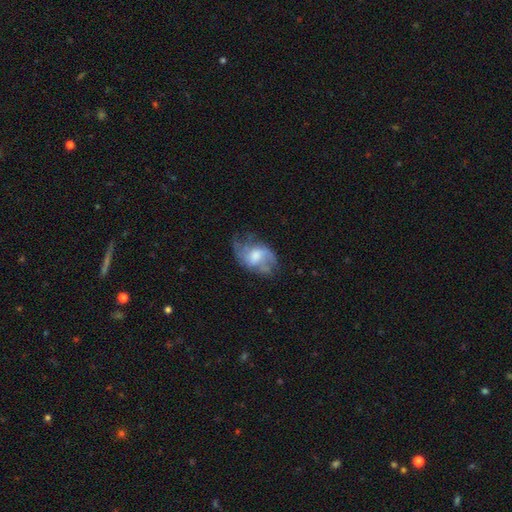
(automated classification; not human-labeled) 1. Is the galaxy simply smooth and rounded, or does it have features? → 63% featured or disk, 29% smooth, 8% star or artifact.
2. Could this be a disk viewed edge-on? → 96% no, 4% yes.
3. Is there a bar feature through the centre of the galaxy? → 51% no, 40% weak, 8% strong.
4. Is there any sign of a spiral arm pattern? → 78% yes, 22% no.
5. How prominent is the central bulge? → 46% moderate, 24% large, 16% small, 12% none, 2% dominant.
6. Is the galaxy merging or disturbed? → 45% none, 28% minor disturbance, 25% major disturbance, 2% merger.